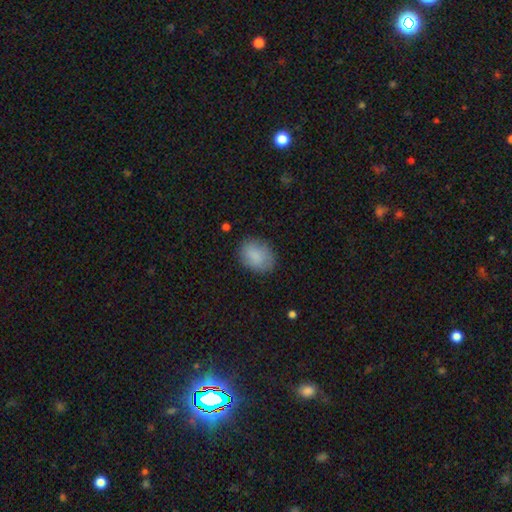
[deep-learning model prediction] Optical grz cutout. It shows a smooth galaxy with no disk features (87%) that is in between round and cigar-shaped (70%). Merging: none (81%).